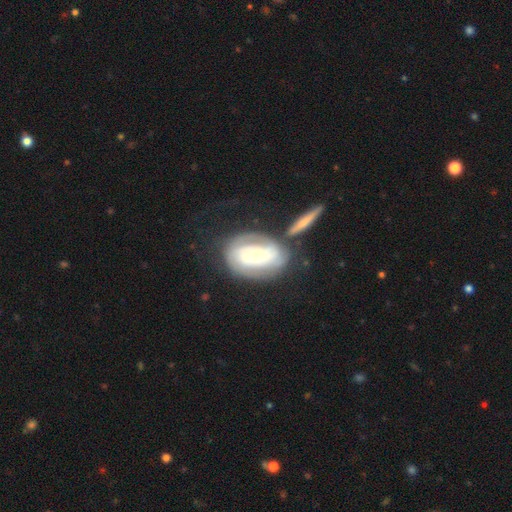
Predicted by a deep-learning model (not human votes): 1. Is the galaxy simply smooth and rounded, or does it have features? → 69% featured or disk, 25% smooth, 6% star or artifact.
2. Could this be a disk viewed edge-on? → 93% no, 7% yes.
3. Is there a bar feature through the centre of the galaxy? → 55% no, 25% weak, 20% strong.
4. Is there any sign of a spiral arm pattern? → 77% yes, 23% no.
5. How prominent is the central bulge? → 46% moderate, 43% small, 8% large, 2% dominant, 1% none.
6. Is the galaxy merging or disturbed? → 54% none, 18% minor disturbance, 16% merger, 12% major disturbance.